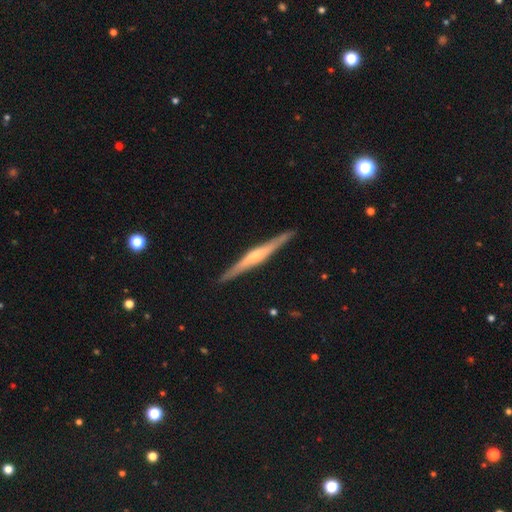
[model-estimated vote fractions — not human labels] Smooth or featured: featured or disk — 75% (smooth — 21%)
Edge-on disk: yes — 98% (no — 2%)
Edge-on bulge: rounded — 72% (none — 18%)
Merging: none — 91% (minor disturbance — 7%)